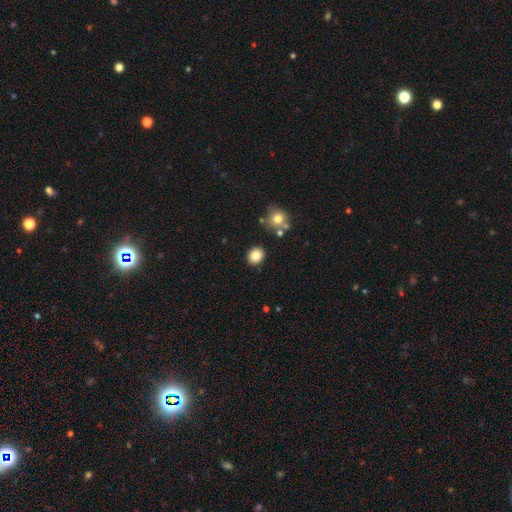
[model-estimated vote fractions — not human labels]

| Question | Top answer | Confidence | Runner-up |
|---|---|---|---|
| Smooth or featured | smooth | 83% | star or artifact (10%) |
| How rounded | round | 76% | in between (23%) |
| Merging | none | 88% | minor disturbance (7%) |